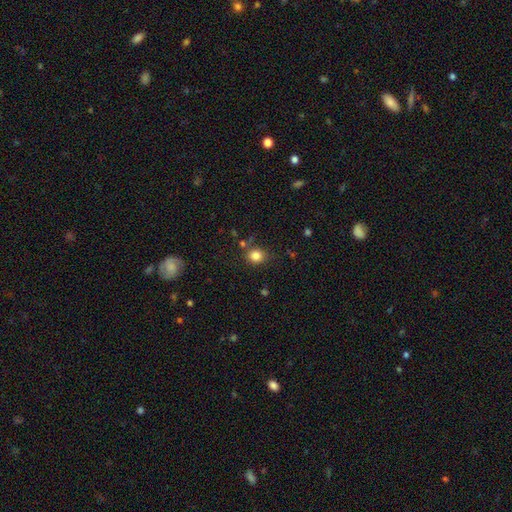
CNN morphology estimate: The model was most divided on "how rounded": round: 75%, in between: 24%, cigar-shaped: 1%. More confident: smooth or featured — smooth (83%); merging — none (76%).